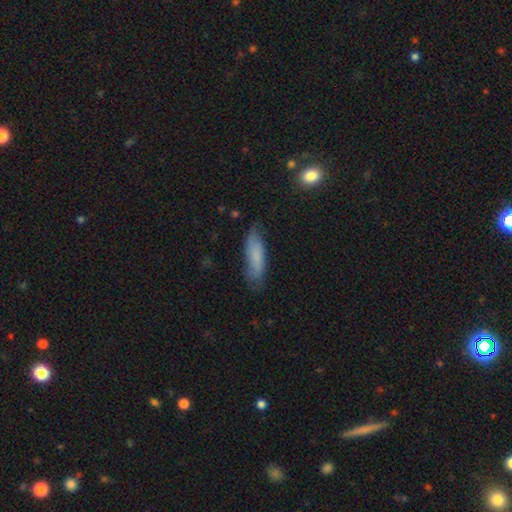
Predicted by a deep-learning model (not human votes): smooth-or-featured: smooth: 73% | featured or disk: 20% | star or artifact: 7%
  how-rounded: cigar-shaped: 53% | in between: 45% | round: 2%
  merging: none: 70% | minor disturbance: 23% | major disturbance: 5% | merger: 2%